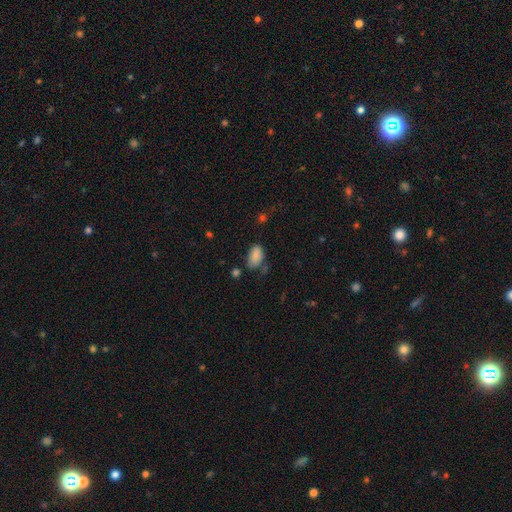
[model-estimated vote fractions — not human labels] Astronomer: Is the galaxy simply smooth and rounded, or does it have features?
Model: smooth — 86%.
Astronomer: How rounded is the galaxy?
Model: in between — 93%.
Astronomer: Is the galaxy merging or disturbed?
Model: none — 60%.